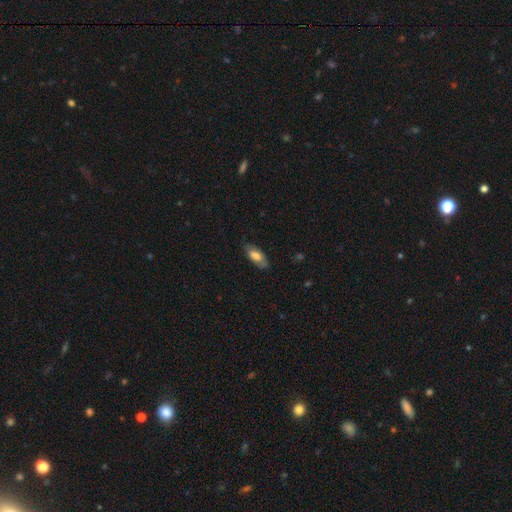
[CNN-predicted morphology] Overall: smooth (70%). How rounded: in between (83%). Merging: none (74%).